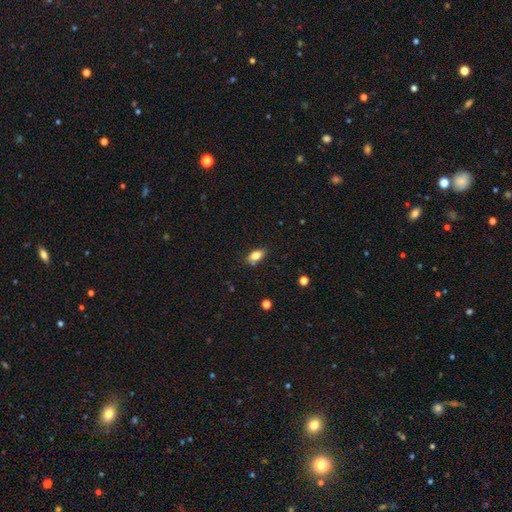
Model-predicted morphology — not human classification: Q: Smooth or featured?
A: smooth (81%); runner-up: featured or disk (10%)
Q: How rounded?
A: in between (87%); runner-up: round (7%)
Q: Merging?
A: none (79%); runner-up: minor disturbance (14%)